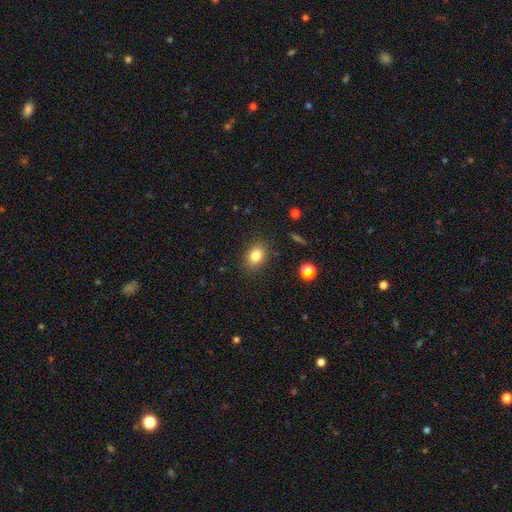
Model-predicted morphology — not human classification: The model was most divided on "how rounded": in between: 60%, round: 39%, cigar-shaped: 1%. More confident: merging — none (86%); smooth or featured — smooth (83%).